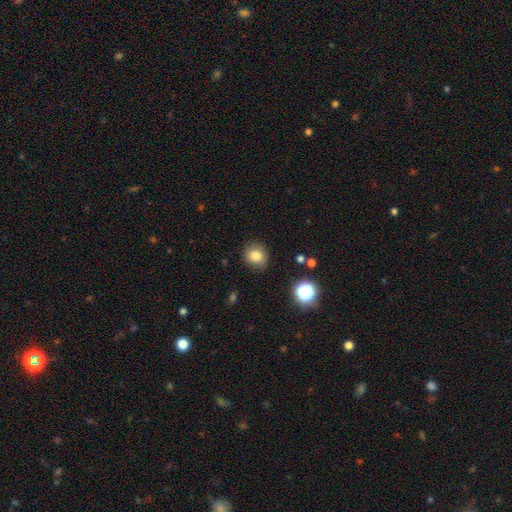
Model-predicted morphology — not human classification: A smooth galaxy with no disk features (81%) that is round (76%). Merging: none (85%).